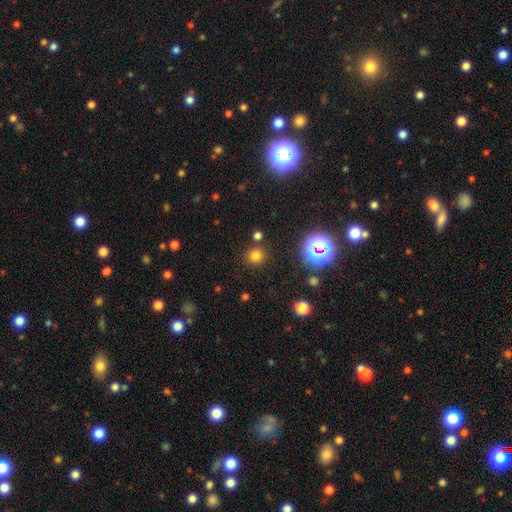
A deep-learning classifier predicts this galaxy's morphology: Overall: smooth (72%). How rounded: round (90%). Merging: none (84%).